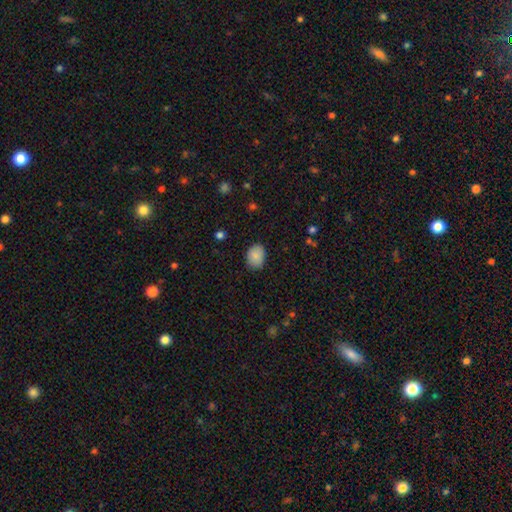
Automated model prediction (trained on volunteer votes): smooth-or-featured: smooth: 86% | star or artifact: 8% | featured or disk: 6%
  how-rounded: in between: 66% | round: 33% | cigar-shaped: 1%
  merging: none: 82% | minor disturbance: 14% | major disturbance: 3% | merger: 1%